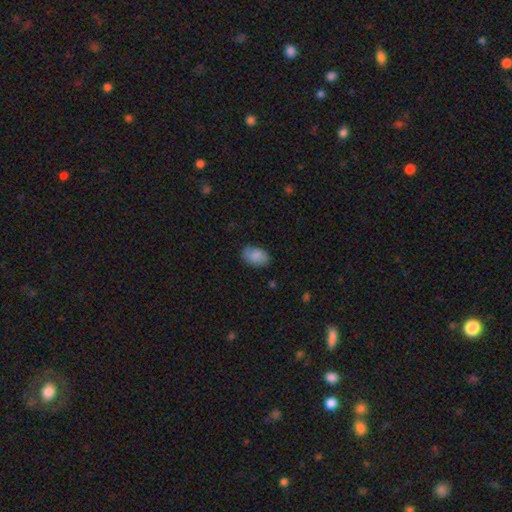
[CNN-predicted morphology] smooth 79%, featured or disk 13%, star or artifact 8%. Down the decision tree: how rounded — in between (88%); merging — none (76%).